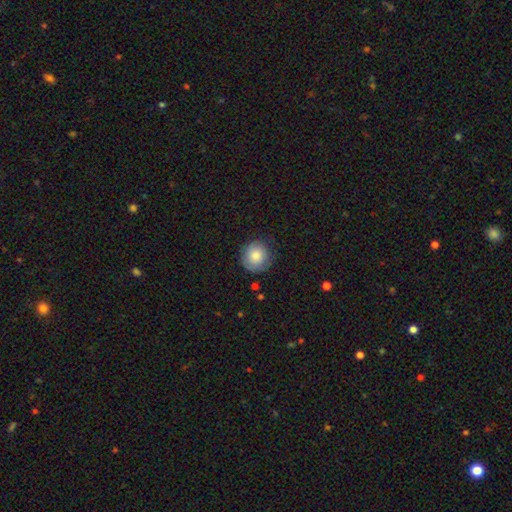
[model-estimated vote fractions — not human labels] A smooth galaxy with no disk features (80%) that is round (91%).

Vote fractions:
- Smooth or featured? smooth: 80% / featured or disk: 12% / star or artifact: 7%
- How rounded? round: 91% / in between: 8% / cigar-shaped: 1%
- Merging? none: 75% / minor disturbance: 18% / major disturbance: 5% / merger: 1%